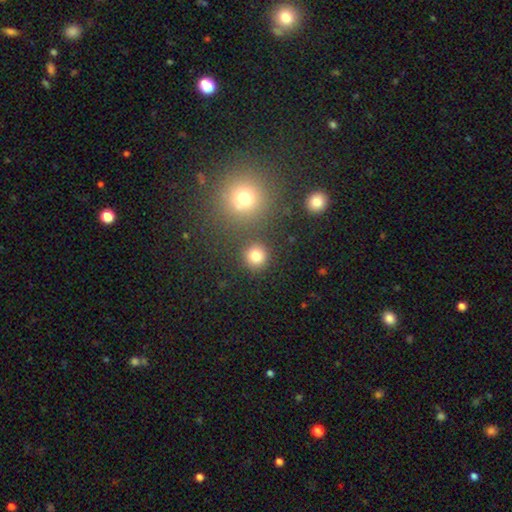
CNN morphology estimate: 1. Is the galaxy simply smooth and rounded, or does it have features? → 80% smooth, 14% star or artifact, 6% featured or disk.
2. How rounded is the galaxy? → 92% round, 7% in between, 1% cigar-shaped.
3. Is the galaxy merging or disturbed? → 84% none, 7% merger, 6% minor disturbance, 3% major disturbance.